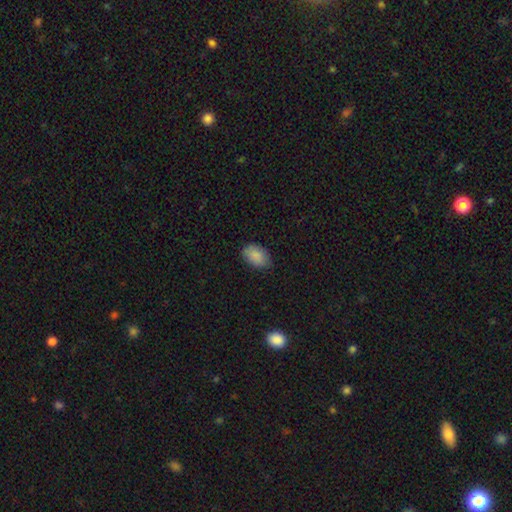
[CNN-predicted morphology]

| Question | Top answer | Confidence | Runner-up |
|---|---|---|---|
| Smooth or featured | smooth | 88% | star or artifact (7%) |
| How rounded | in between | 88% | round (11%) |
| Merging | none | 79% | minor disturbance (17%) |